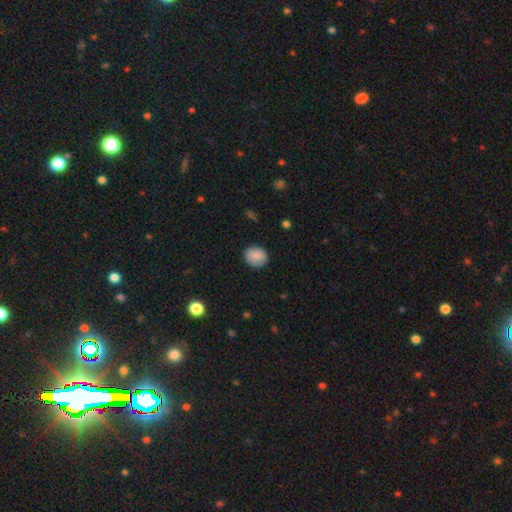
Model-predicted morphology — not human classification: Smooth or featured: smooth — 87% (star or artifact — 7%)
How rounded: round — 77% (in between — 22%)
Merging: none — 87% (minor disturbance — 9%)